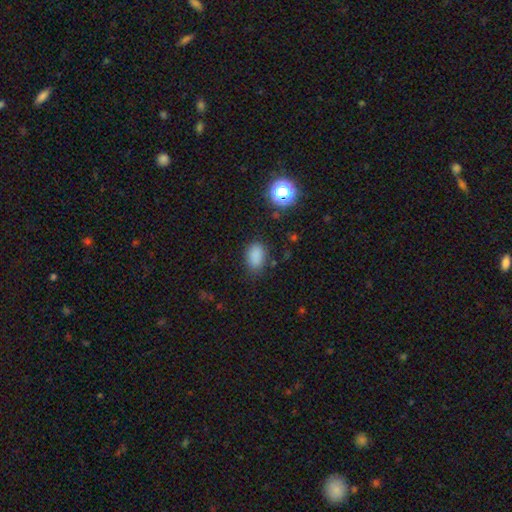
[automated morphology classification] Overall: smooth (82%). How rounded: in between (85%). Merging: none (78%).